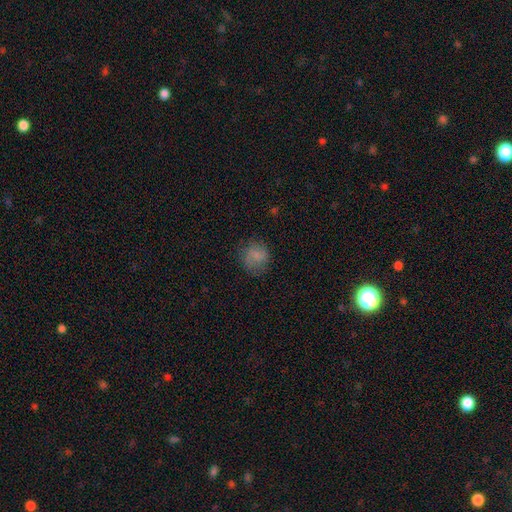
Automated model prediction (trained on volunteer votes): Smooth or featured: smooth — 77% (featured or disk — 13%)
How rounded: round — 81% (in between — 18%)
Merging: none — 73% (minor disturbance — 19%)